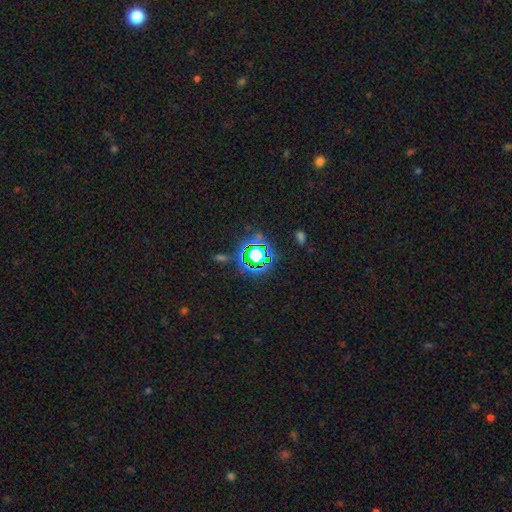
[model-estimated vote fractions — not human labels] Q: Smooth or featured?
A: star or artifact (70%); runner-up: smooth (19%)